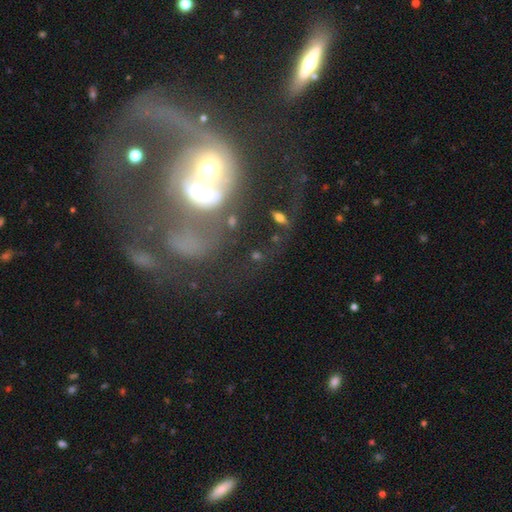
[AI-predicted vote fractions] Morphology: type=featured or disk (66%); edge-on=no (96%); bar=no (75%); spiral arms=yes (51%); bulge=moderate (58%); merging=merger (67%).